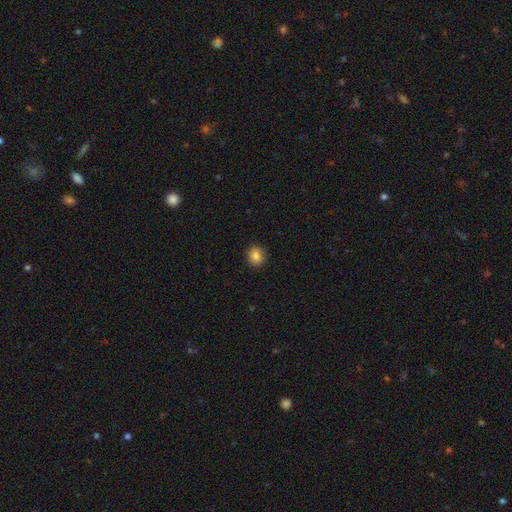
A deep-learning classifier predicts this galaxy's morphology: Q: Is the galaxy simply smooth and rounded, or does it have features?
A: smooth — 84%.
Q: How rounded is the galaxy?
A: round — 77%.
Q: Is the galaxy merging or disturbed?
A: none — 91%.